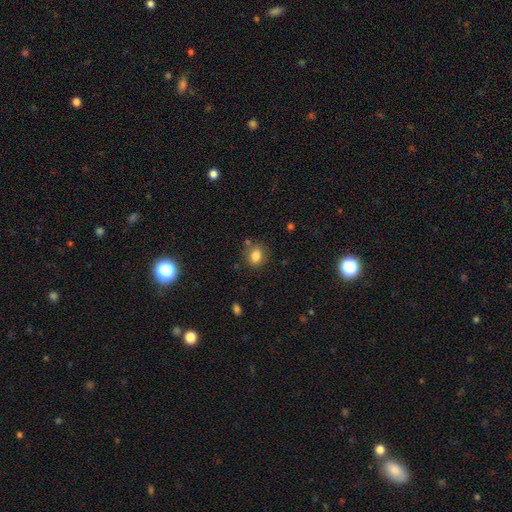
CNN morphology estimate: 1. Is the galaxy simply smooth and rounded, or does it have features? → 83% smooth, 10% star or artifact, 7% featured or disk.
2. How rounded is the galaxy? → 62% in between, 37% round, 1% cigar-shaped.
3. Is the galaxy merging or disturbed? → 77% none, 13% minor disturbance, 6% merger, 4% major disturbance.